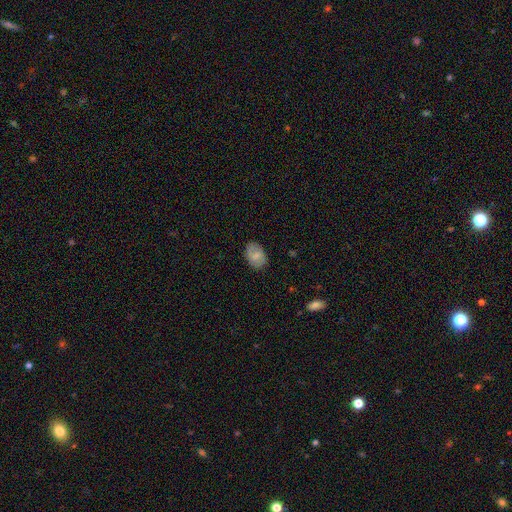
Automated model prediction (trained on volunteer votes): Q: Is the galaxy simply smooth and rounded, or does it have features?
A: smooth — 64%.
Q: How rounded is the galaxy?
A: in between — 82%.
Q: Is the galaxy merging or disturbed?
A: none — 81%.